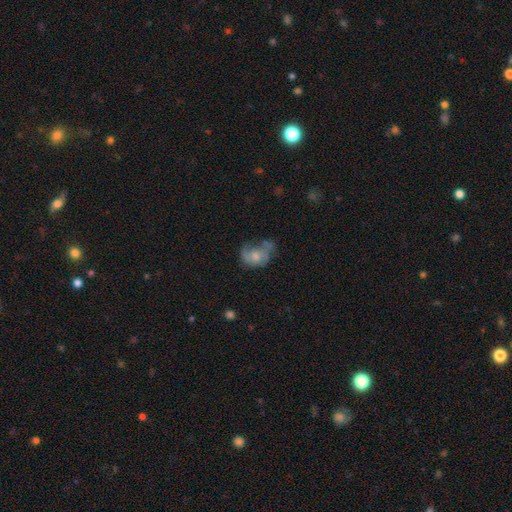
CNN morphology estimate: type=featured or disk (48%); merging=major disturbance (34%).